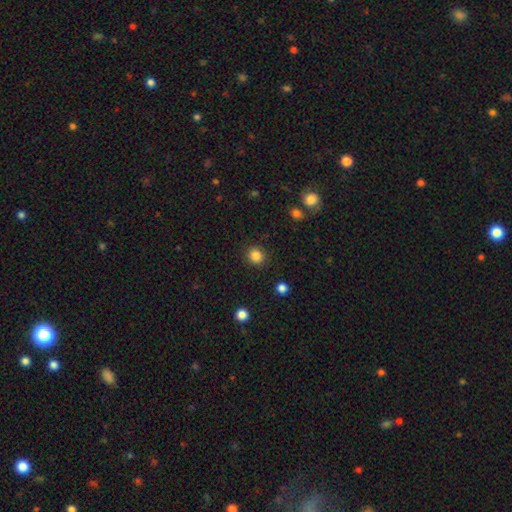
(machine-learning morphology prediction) Q: Smooth or featured?
A: smooth (85%); runner-up: star or artifact (11%)
Q: How rounded?
A: round (87%); runner-up: in between (12%)
Q: Merging?
A: none (90%); runner-up: minor disturbance (7%)